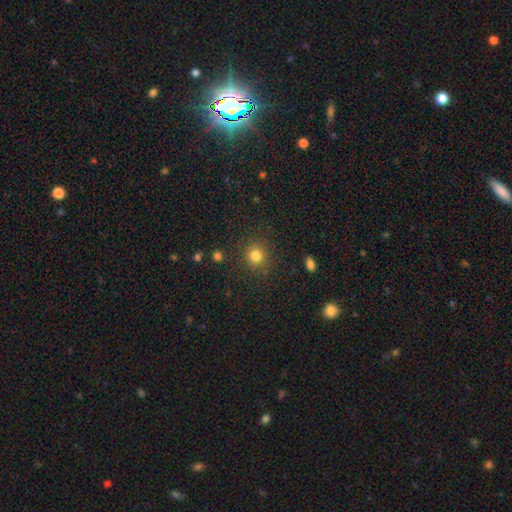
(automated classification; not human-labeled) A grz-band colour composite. It shows a smooth galaxy with no disk features (82%) that is round (90%). Merging: none (88%).